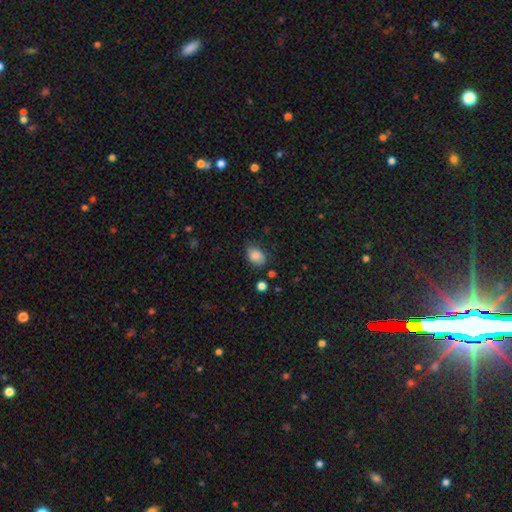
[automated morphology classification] type=smooth (83%); roundness=in between (66%); merging=none (64%).